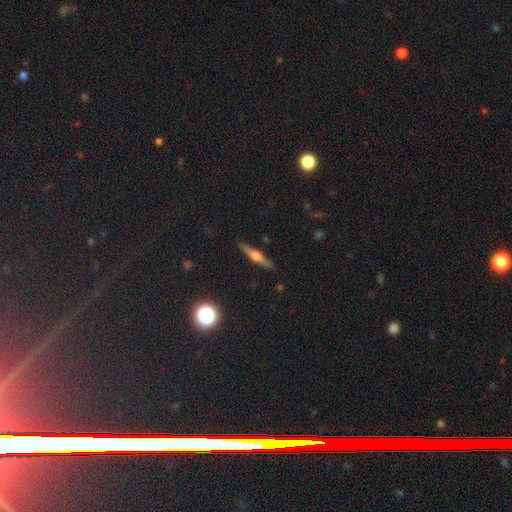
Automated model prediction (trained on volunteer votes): This is likely a featured or disk galaxy (64%). It is clearly viewed edge-on (97%). Edge-on bulge: likely rounded (78%). Merging: clearly none (90%).